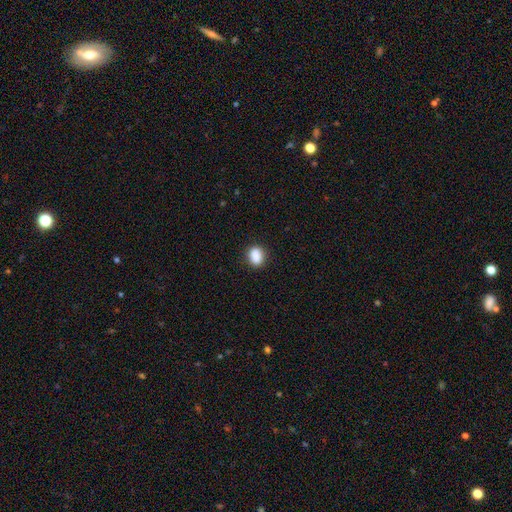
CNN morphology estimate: The model was most divided on "how rounded": in between: 61%, round: 37%, cigar-shaped: 2%. More confident: smooth or featured — smooth (87%); merging — none (85%).